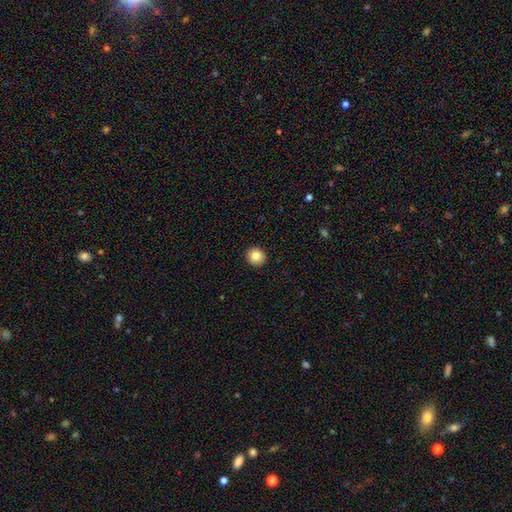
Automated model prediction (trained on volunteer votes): Q: Smooth or featured?
A: smooth (82%); runner-up: star or artifact (10%)
Q: How rounded?
A: round (89%); runner-up: in between (10%)
Q: Merging?
A: none (93%); runner-up: minor disturbance (5%)